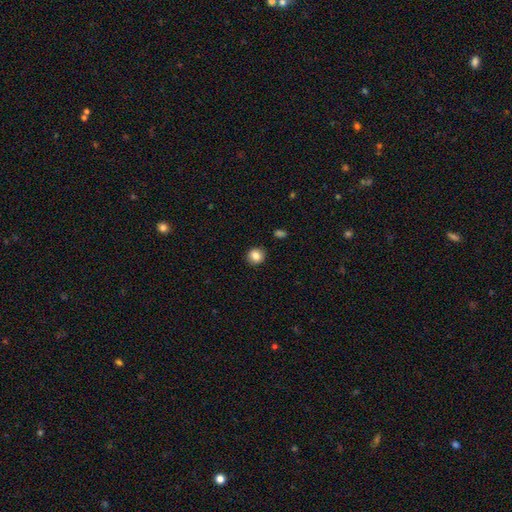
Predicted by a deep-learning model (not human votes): Morphology: type=smooth (84%); roundness=round (84%); merging=none (90%).